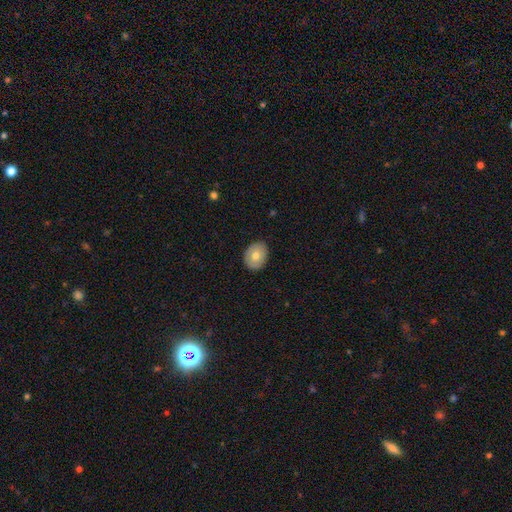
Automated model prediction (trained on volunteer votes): This is likely a smooth galaxy (70%). How rounded: possibly in between (55%). Merging: clearly none (85%).